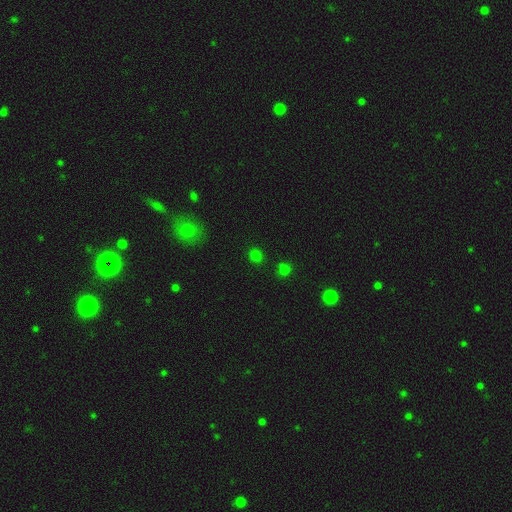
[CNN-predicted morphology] smooth 72%, star or artifact 23%, featured or disk 4%. Down the decision tree: how rounded — round (83%); merging — none (85%).